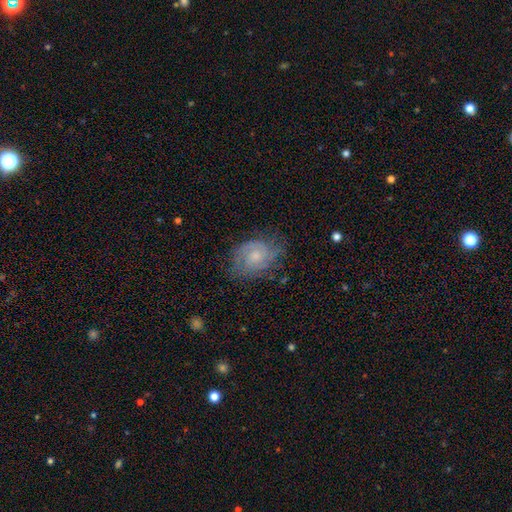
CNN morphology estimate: Smooth or featured: featured or disk — 73% (smooth — 20%)
Edge-on disk: no — 97% (yes — 3%)
Bar: no — 71% (weak — 26%)
Spiral arms: yes — 91% (no — 9%)
Spiral winding: tight — 54% (medium — 36%)
Spiral arm count: 2 — 46% (can't tell — 28%)
Bulge size: small — 53% (moderate — 37%)
Merging: none — 66% (minor disturbance — 23%)